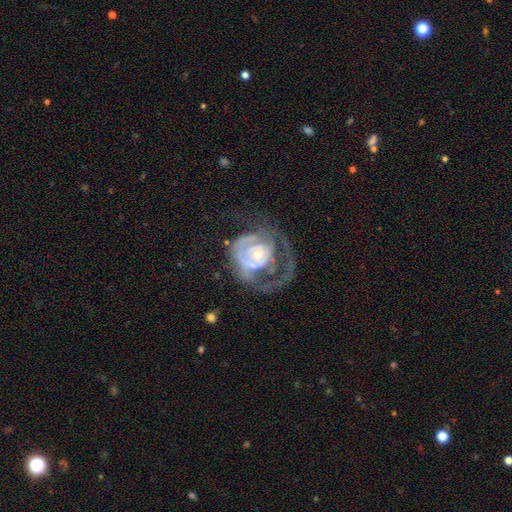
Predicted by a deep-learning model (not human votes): Smooth or featured: featured or disk — 77% (smooth — 16%)
Edge-on disk: no — 97% (yes — 3%)
Bar: no — 79% (weak — 16%)
Spiral arms: yes — 69% (no — 31%)
Spiral winding: tight — 51% (medium — 29%)
Spiral arm count: can't tell — 33% (1 — 29%)
Bulge size: small — 54% (moderate — 38%)
Merging: major disturbance — 47% (none — 27%)